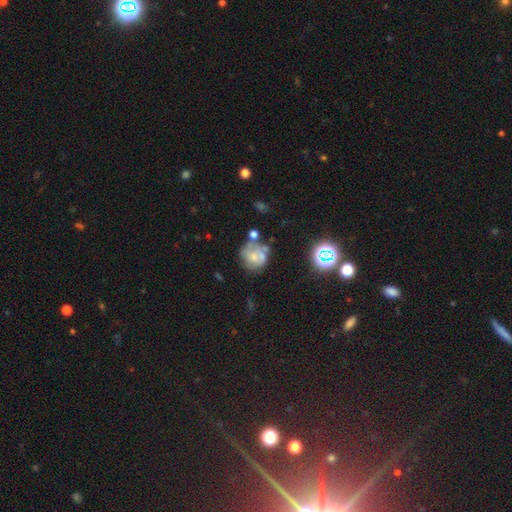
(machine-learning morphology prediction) A smooth galaxy with no disk features (45%). Merging: none (38%).